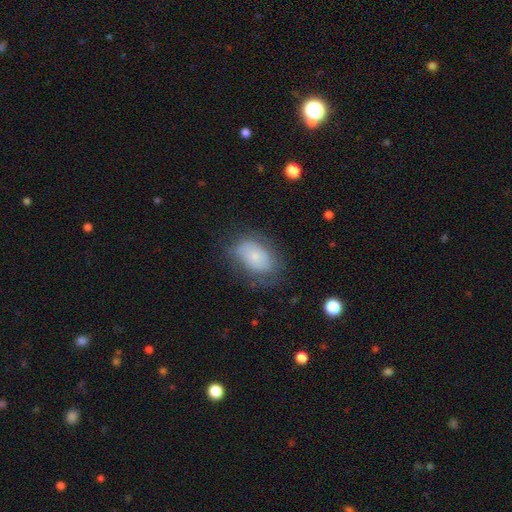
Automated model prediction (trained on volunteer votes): smooth_or_featured: smooth (p=0.66) [alt: featured or disk p=0.25]
how_rounded: in between (p=0.89) [alt: round p=0.10]
merging: none (p=0.65) [alt: minor disturbance p=0.23]